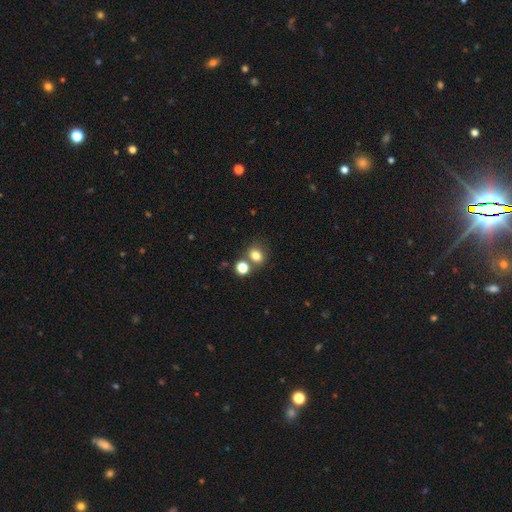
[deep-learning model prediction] Morphology: type=smooth (79%); roundness=round (50%); merging=none (61%).